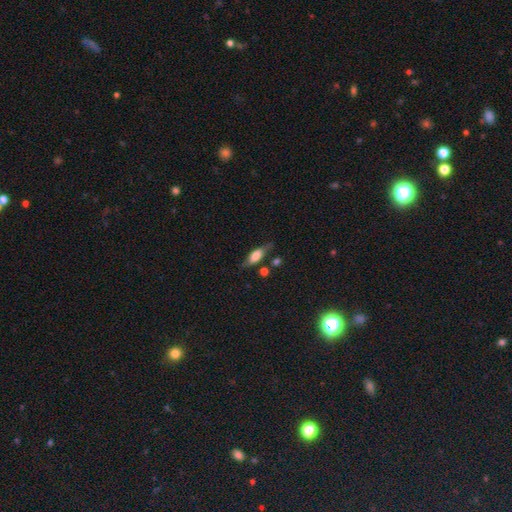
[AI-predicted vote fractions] This is possibly a smooth galaxy (58%). How rounded: likely in between (66%). Merging: likely none (64%).